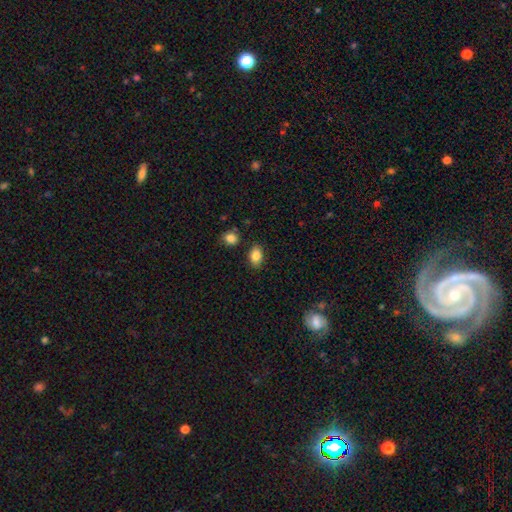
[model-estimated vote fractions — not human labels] This appears to be a smooth galaxy with no disk features (86%) that is in between round and cigar-shaped (82%). Merging: none (83%).